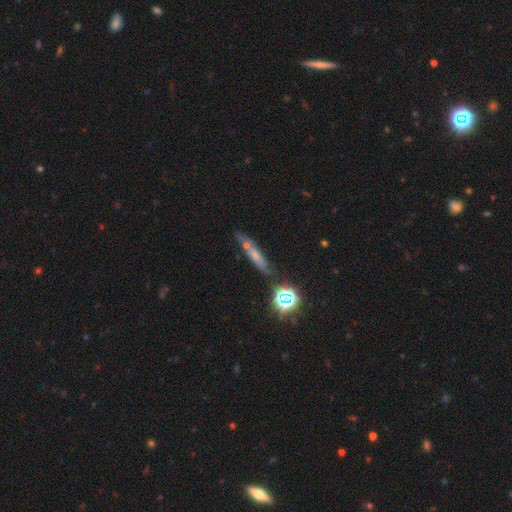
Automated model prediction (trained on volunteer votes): Smooth or featured? smooth (51%)
How rounded? cigar-shaped (75%)
Merging? none (63%)